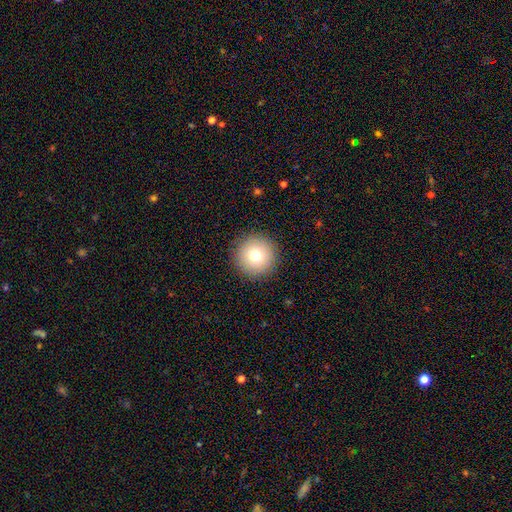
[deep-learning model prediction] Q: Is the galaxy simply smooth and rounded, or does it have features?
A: smooth — 76%.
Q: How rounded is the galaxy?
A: round — 96%.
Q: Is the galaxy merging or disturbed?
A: none — 92%.